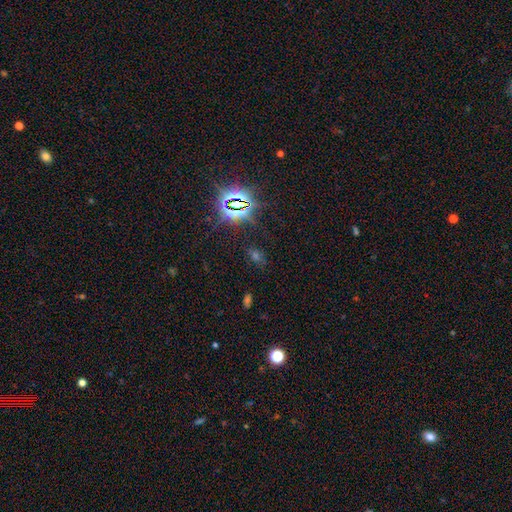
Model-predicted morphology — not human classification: A star or artifact, not a galaxy (64%).